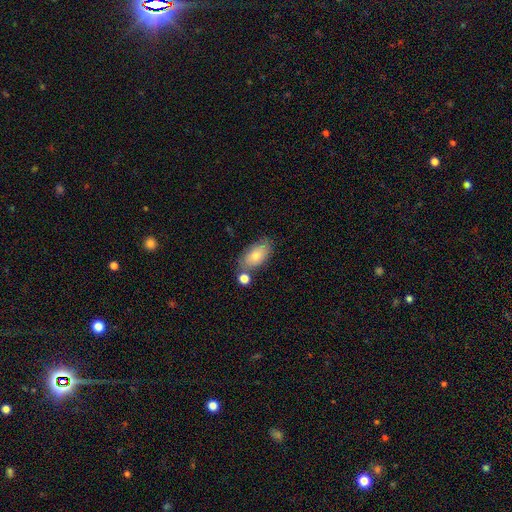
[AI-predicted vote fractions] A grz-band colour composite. It shows a smooth galaxy with no disk features (73%) that is in between round and cigar-shaped (90%). Merging: none (67%).